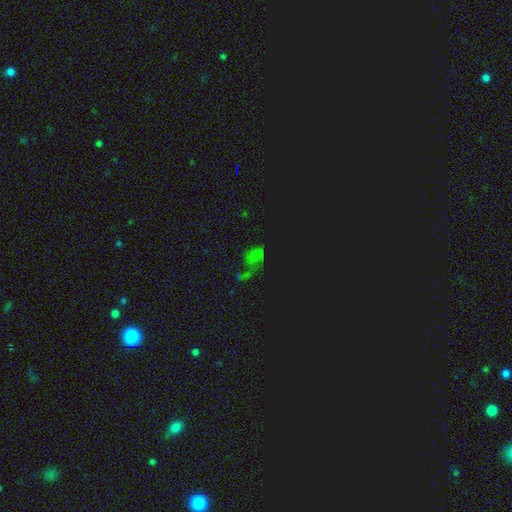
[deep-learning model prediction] Smooth or featured?
  - star or artifact: 63% *
  - smooth: 26%
  - featured or disk: 12%